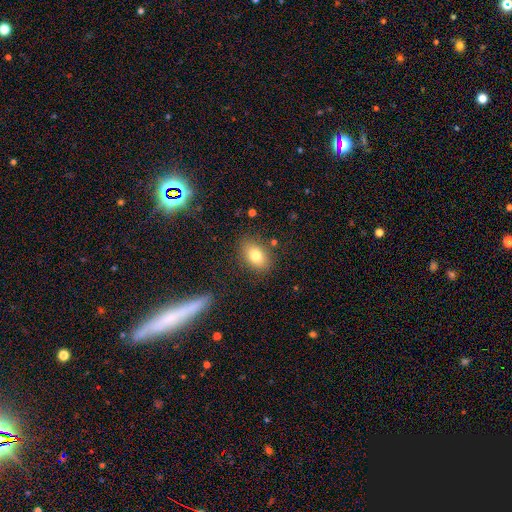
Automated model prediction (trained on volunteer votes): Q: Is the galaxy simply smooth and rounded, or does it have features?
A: smooth — 79%.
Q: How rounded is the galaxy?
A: in between — 80%.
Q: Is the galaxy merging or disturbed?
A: none — 83%.